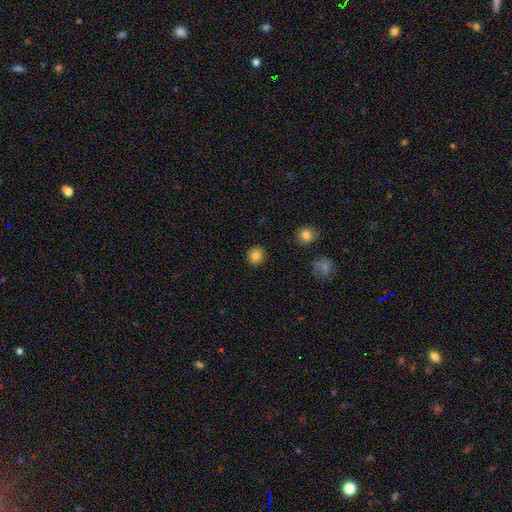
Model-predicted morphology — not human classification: A smooth galaxy with no disk features (84%) that is round (89%).

Vote fractions:
- Smooth or featured? smooth: 84% / star or artifact: 11% / featured or disk: 5%
- How rounded? round: 89% / in between: 10% / cigar-shaped: 1%
- Merging? none: 91% / minor disturbance: 6% / major disturbance: 2% / merger: 1%